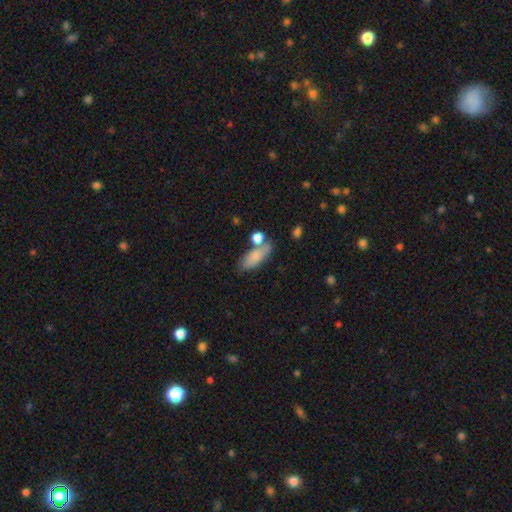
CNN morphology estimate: Smooth or featured? Predicted: smooth (p=0.79). How rounded? Predicted: in between (p=0.71). Merging? Predicted: none (p=0.55).